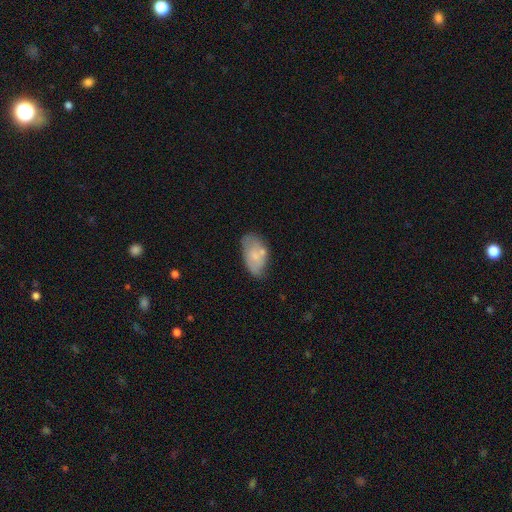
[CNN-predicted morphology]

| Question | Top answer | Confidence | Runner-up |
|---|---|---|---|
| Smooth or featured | smooth | 67% | featured or disk (26%) |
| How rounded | in between | 94% | round (4%) |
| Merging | none | 51% | minor disturbance (28%) |